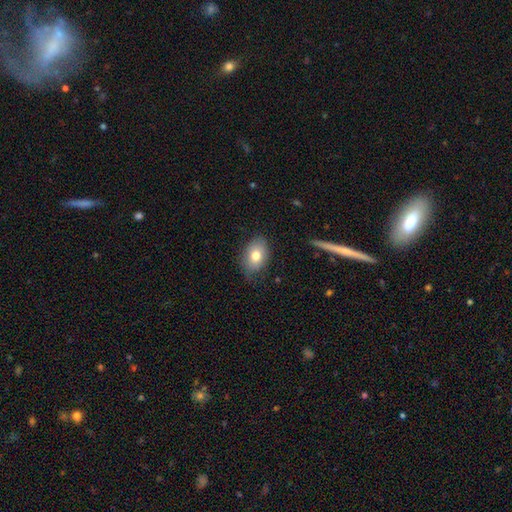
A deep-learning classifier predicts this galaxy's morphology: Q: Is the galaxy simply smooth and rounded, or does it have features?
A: smooth — 76%.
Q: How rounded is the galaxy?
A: in between — 81%.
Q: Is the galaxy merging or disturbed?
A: none — 75%.